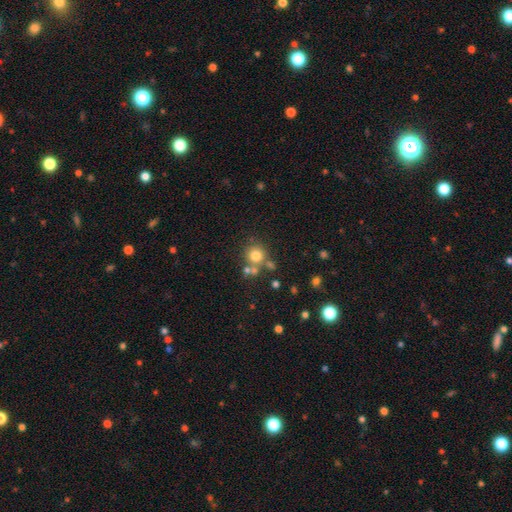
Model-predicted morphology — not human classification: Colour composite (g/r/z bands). It shows a smooth galaxy with no disk features (73%) that is round (91%). Merging: none (64%).